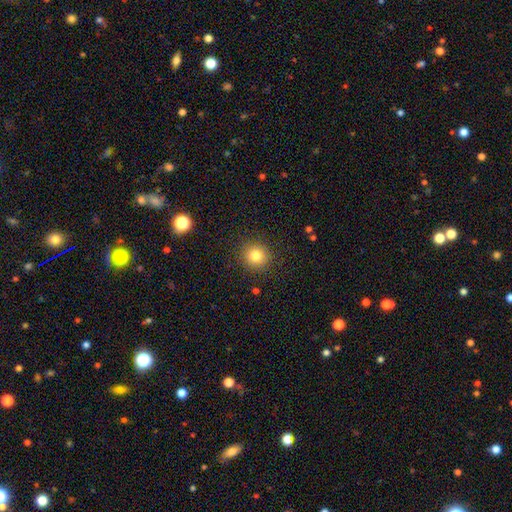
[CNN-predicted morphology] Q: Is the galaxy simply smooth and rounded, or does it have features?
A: smooth — 81%.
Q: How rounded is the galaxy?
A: round — 90%.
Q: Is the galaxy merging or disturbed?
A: none — 90%.